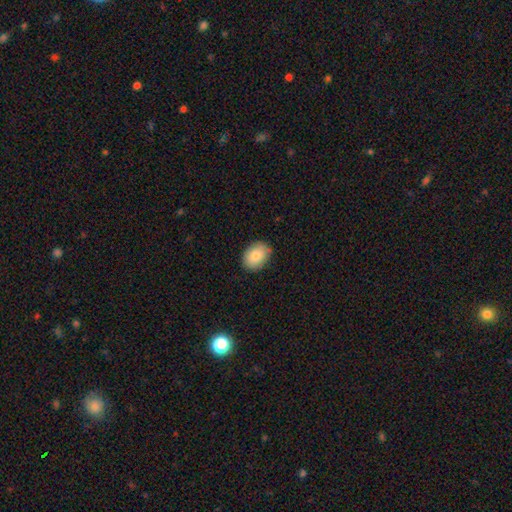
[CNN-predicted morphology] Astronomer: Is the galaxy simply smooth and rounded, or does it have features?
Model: smooth — 86%.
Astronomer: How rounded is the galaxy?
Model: in between — 72%.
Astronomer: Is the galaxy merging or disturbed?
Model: none — 82%.